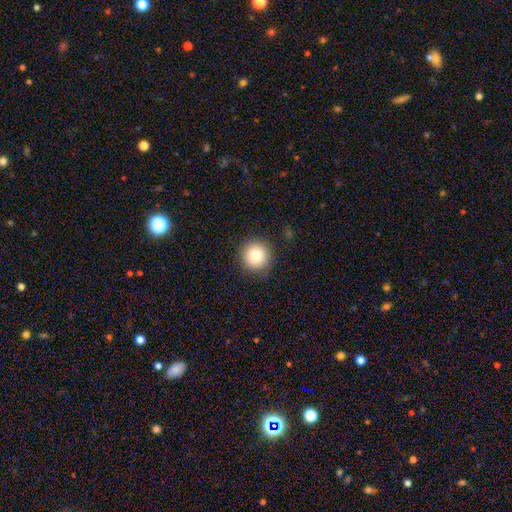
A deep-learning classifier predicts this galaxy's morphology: smooth 81%, star or artifact 10%, featured or disk 9%. Down the decision tree: how rounded — round (95%); merging — none (89%).